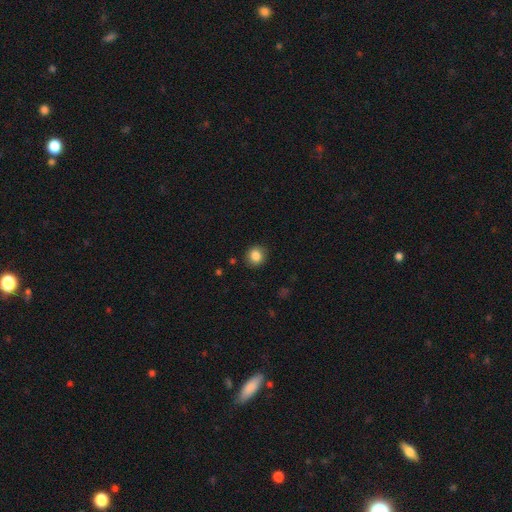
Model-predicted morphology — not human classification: Overall: smooth (85%). How rounded: round (83%). Merging: none (88%).